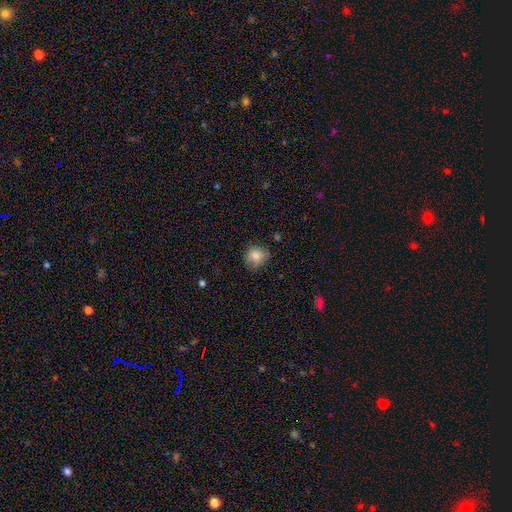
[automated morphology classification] smooth-or-featured: smooth: 77% | featured or disk: 12% | star or artifact: 10%
  how-rounded: round: 79% | in between: 20% | cigar-shaped: 1%
  merging: none: 71% | minor disturbance: 22% | major disturbance: 5% | merger: 1%